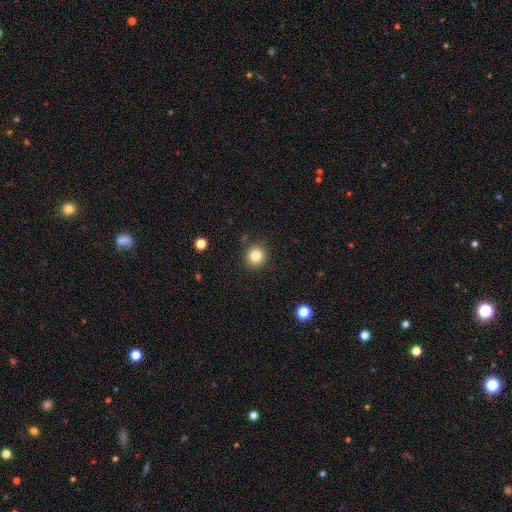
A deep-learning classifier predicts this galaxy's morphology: Q: Smooth or featured?
A: smooth (82%); runner-up: star or artifact (11%)
Q: How rounded?
A: round (90%); runner-up: in between (9%)
Q: Merging?
A: none (88%); runner-up: minor disturbance (8%)